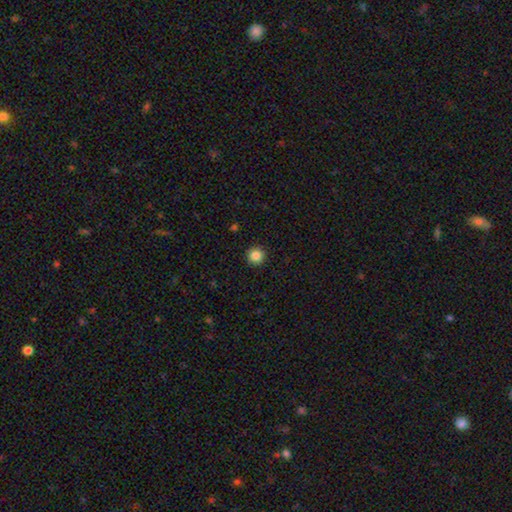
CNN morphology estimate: Q: Smooth or featured?
A: smooth (86%); runner-up: star or artifact (10%)
Q: How rounded?
A: round (96%); runner-up: in between (3%)
Q: Merging?
A: none (93%); runner-up: minor disturbance (5%)